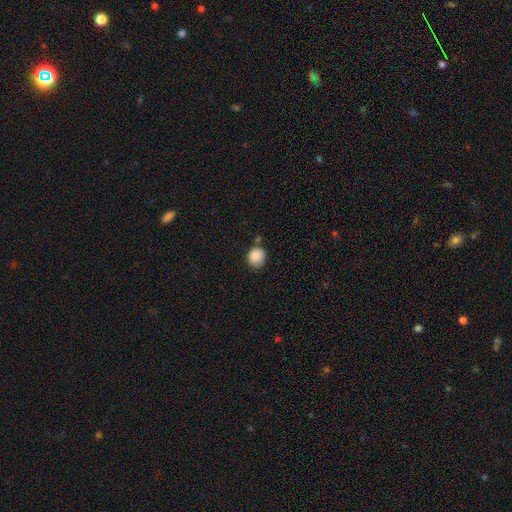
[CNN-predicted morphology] Smooth or featured: smooth — 85% (star or artifact — 9%)
How rounded: round — 80% (in between — 19%)
Merging: none — 68% (minor disturbance — 19%)